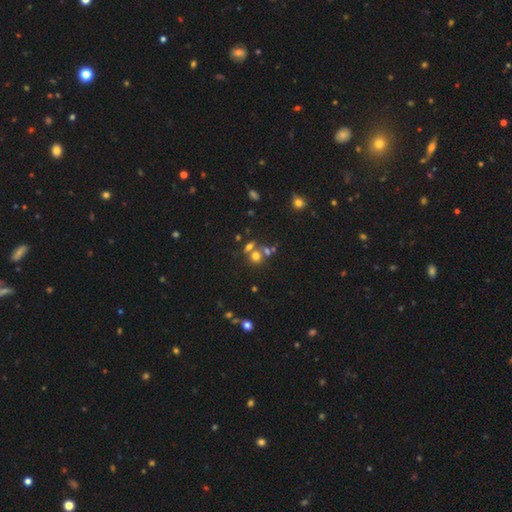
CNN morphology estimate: smooth 62%, star or artifact 22%, featured or disk 16%. Down the decision tree: how rounded — round (80%); merging — none (48%).